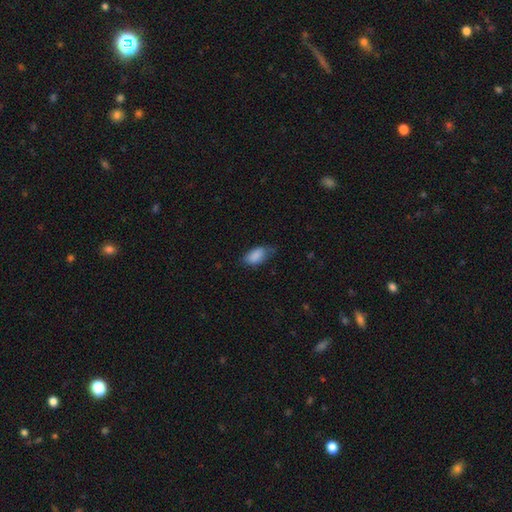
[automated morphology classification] The model was most divided on "merging": none: 57%, minor disturbance: 33%, major disturbance: 9%, merger: 1%. More confident: how rounded — in between (92%); smooth or featured — smooth (87%).